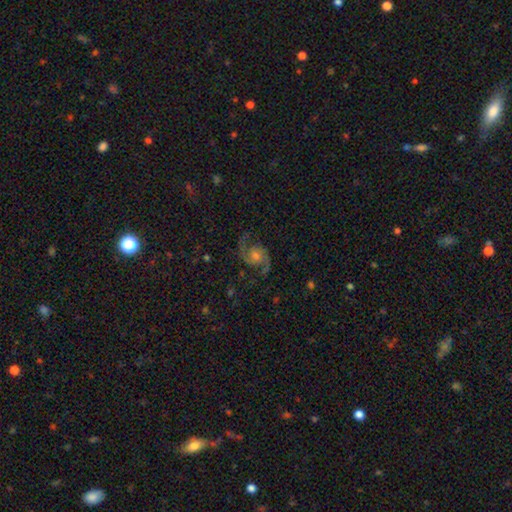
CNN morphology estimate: featured or disk 87%, star or artifact 7%, smooth 6%. Down the decision tree: edge-on disk — no (98%); bar — no (69%); spiral arms — yes (98%); spiral arm count — 2 (94%); spiral winding — medium (57%); bulge size — moderate (52%); merging — none (80%).